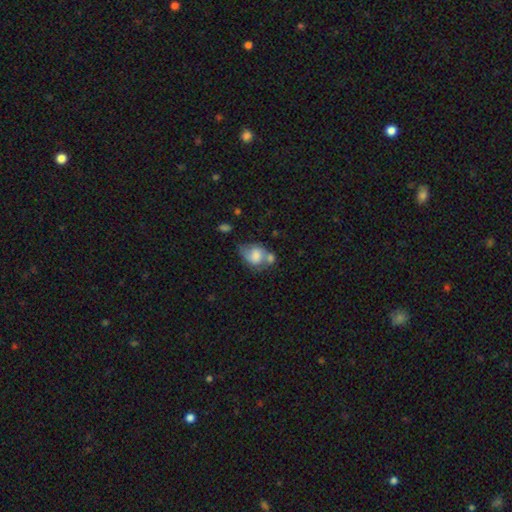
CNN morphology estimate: The model was most divided on "merging": merger: 32%, none: 29%, minor disturbance: 24%, major disturbance: 14%. More confident: how rounded — in between (62%); smooth or featured — smooth (58%).